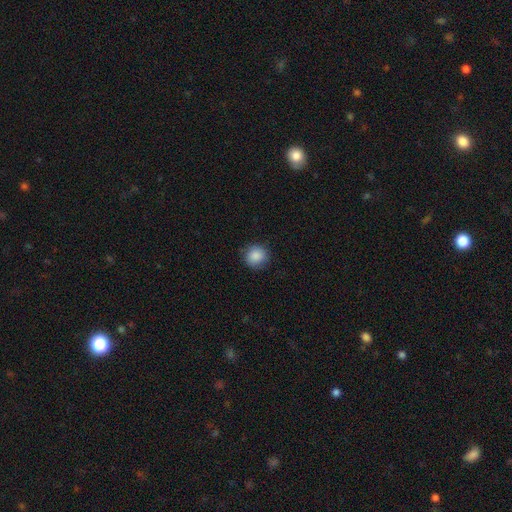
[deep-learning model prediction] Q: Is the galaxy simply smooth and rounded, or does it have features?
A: smooth — 88%.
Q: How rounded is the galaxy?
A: round — 90%.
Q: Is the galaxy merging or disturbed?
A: none — 84%.